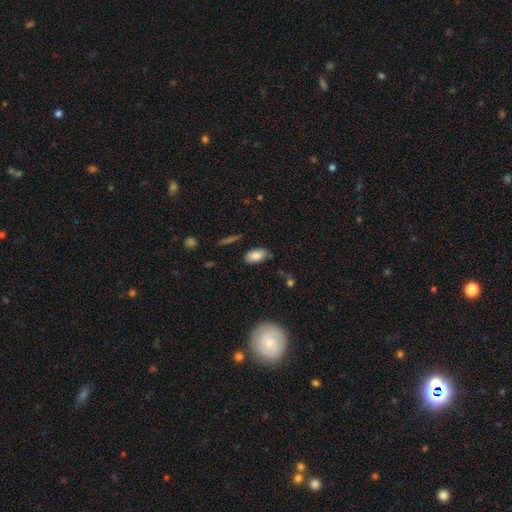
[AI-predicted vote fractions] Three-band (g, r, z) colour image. It shows a smooth galaxy with no disk features (84%) that is in between round and cigar-shaped (93%). Merging: none (76%).